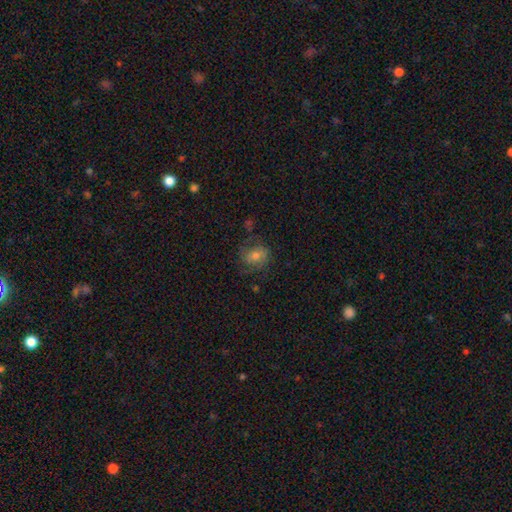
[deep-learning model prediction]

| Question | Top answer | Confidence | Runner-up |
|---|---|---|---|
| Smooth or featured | smooth | 51% | featured or disk (36%) |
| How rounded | round | 54% | in between (45%) |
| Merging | none | 64% | minor disturbance (21%) |